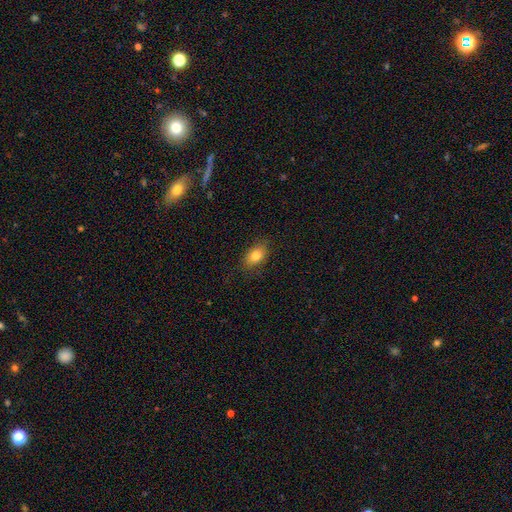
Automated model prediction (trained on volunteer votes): The model was most divided on "how rounded": in between: 82%, round: 16%, cigar-shaped: 2%. More confident: merging — none (83%); smooth or featured — smooth (80%).